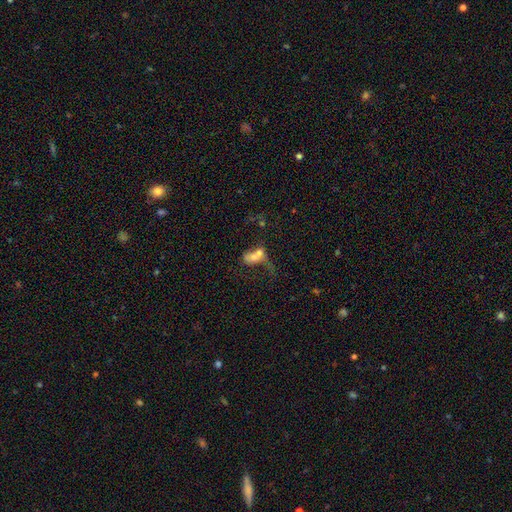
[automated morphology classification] Smooth or featured: smooth — 52% (featured or disk — 35%)
How rounded: in between — 73% (round — 22%)
Merging: merger — 62% (major disturbance — 19%)